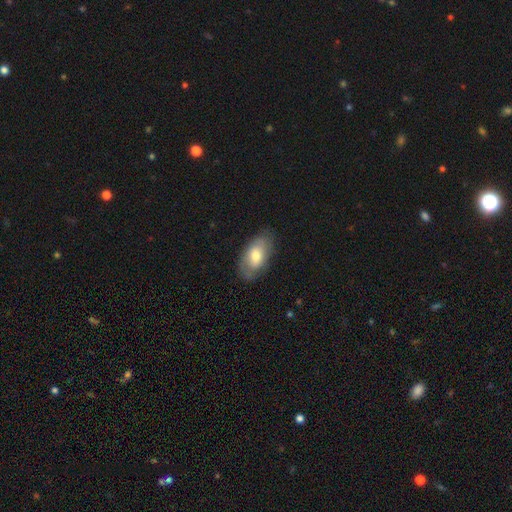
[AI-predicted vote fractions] This appears to be a smooth galaxy with no disk features (65%) that is in between round and cigar-shaped (93%). Merging: none (76%).